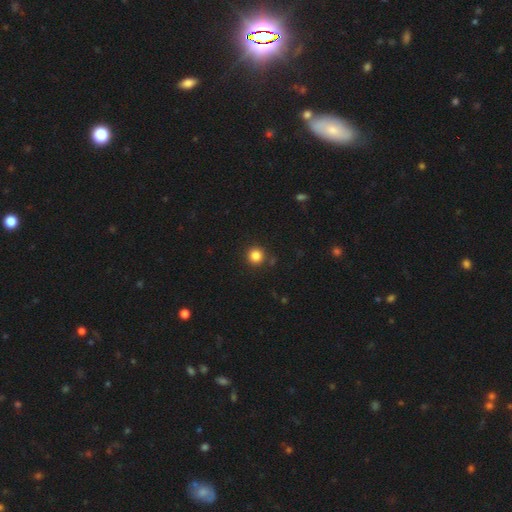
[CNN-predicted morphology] A smooth galaxy with no disk features (84%) that is round (95%). Merging: none (89%).